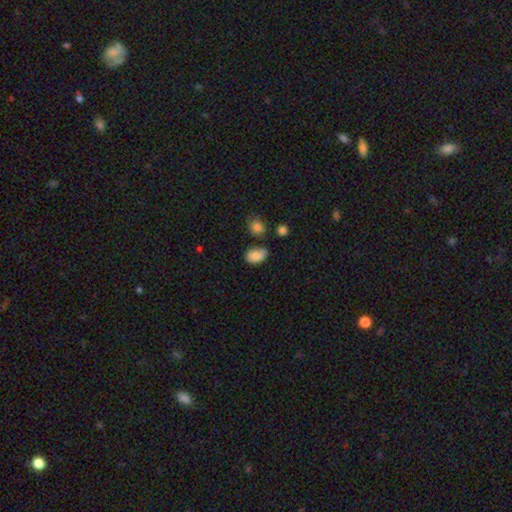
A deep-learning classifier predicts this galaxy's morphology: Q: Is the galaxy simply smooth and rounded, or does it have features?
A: smooth — 82%.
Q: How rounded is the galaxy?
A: in between — 85%.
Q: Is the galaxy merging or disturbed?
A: none — 56%.